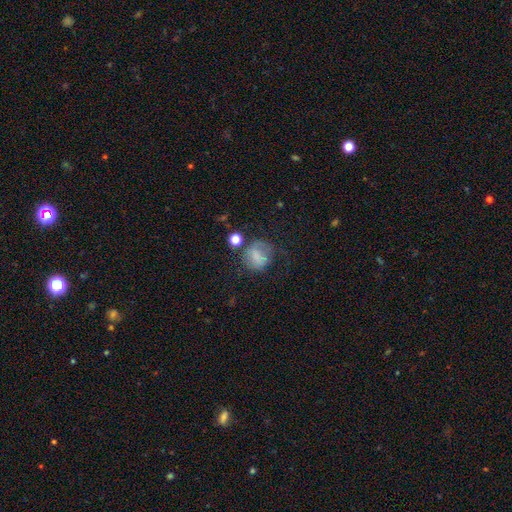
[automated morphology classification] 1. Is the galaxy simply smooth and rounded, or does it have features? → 66% smooth, 21% featured or disk, 13% star or artifact.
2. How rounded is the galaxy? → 73% round, 26% in between, 1% cigar-shaped.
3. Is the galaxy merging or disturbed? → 46% none, 24% minor disturbance, 22% major disturbance, 9% merger.